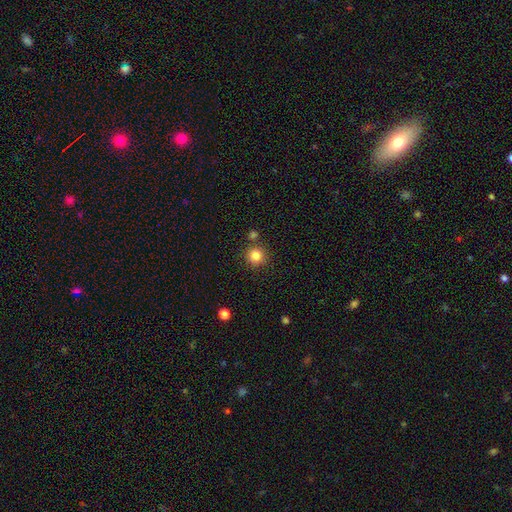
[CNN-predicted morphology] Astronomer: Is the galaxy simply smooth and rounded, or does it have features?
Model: smooth — 83%.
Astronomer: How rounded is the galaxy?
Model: round — 93%.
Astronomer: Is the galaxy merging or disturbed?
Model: none — 82%.